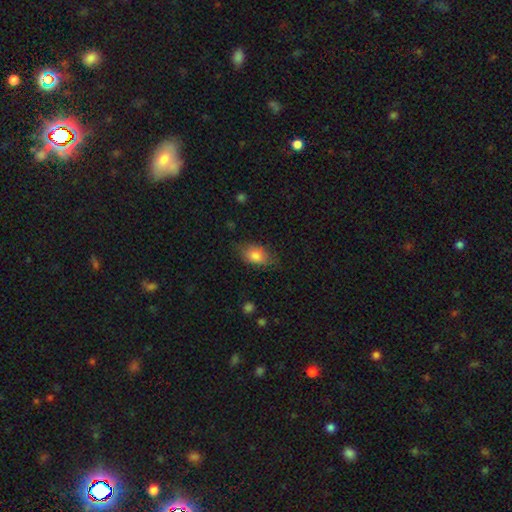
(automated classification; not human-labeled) Smooth or featured?
  - smooth: 81% *
  - featured or disk: 12%
  - star or artifact: 8%
How rounded?
  - in between: 85% *
  - round: 12%
  - cigar-shaped: 3%
Merging?
  - none: 70% *
  - minor disturbance: 23%
  - major disturbance: 6%
  - merger: 1%